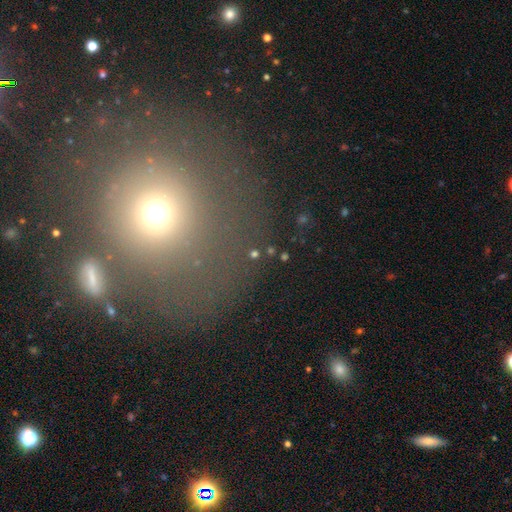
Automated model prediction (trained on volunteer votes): This is possibly a smooth galaxy (60%). How rounded: clearly round (90%). Merging: likely none (66%).